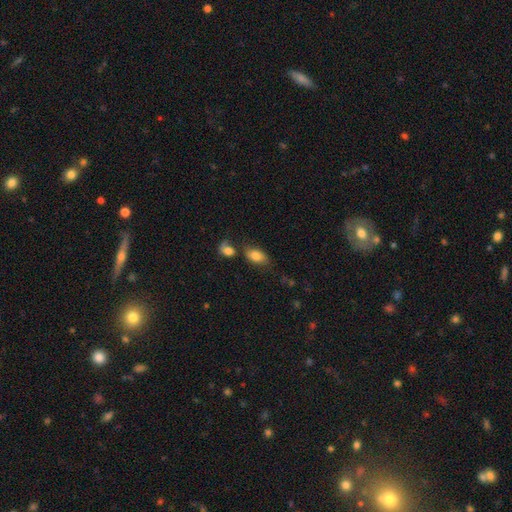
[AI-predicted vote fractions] A smooth galaxy with no disk features (80%) that is in between round and cigar-shaped (90%).

Vote fractions:
- Smooth or featured? smooth: 80% / featured or disk: 12% / star or artifact: 8%
- How rounded? in between: 90% / round: 7% / cigar-shaped: 3%
- Merging? none: 56% / merger: 21% / minor disturbance: 16% / major disturbance: 7%